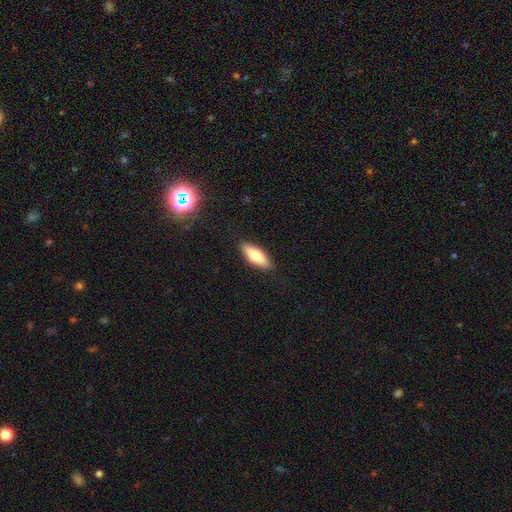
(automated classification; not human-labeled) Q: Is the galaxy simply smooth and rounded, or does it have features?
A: smooth — 67%.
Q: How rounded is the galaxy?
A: in between — 63%.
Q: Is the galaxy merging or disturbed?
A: none — 89%.